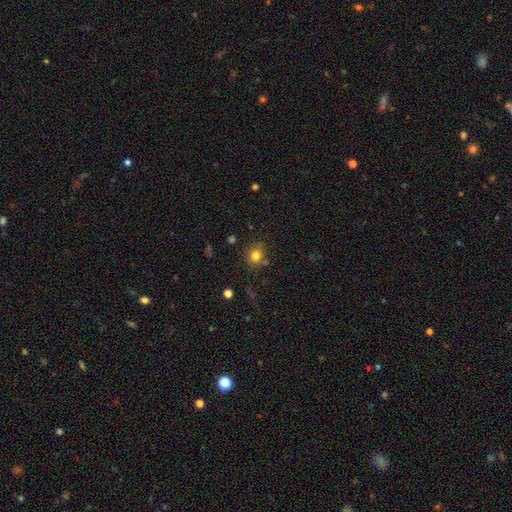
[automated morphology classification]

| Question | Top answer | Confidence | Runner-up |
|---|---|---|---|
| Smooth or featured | smooth | 79% | star or artifact (14%) |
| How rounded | round | 83% | in between (16%) |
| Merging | none | 76% | minor disturbance (12%) |